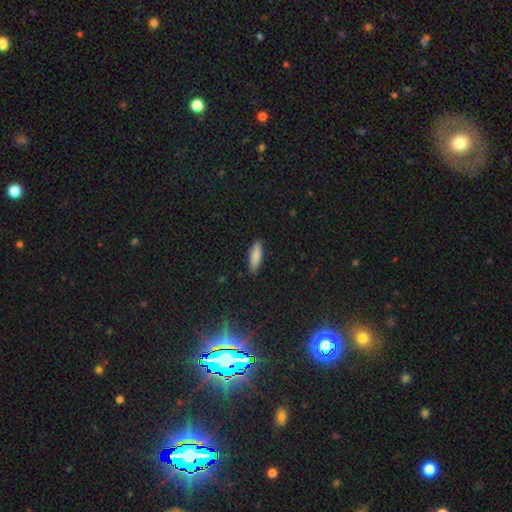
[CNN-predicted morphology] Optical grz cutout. It shows a smooth galaxy with no disk features (86%) that is in between round and cigar-shaped (53%). Merging: none (87%).